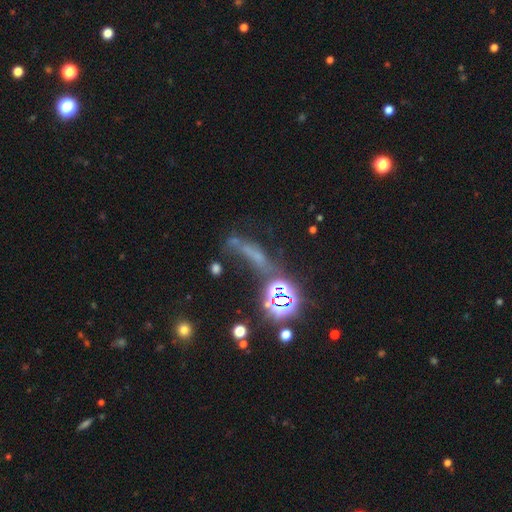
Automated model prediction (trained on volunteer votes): A star or artifact, not a galaxy (44%).